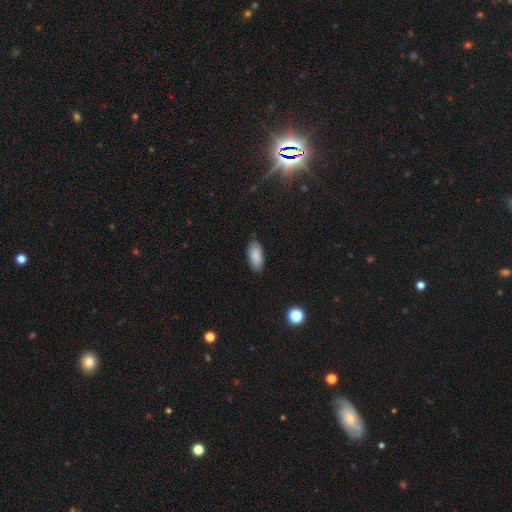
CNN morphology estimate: A smooth galaxy with no disk features (87%) that is in between round and cigar-shaped (89%).

Vote fractions:
- Smooth or featured? smooth: 87% / star or artifact: 7% / featured or disk: 6%
- How rounded? in between: 89% / cigar-shaped: 9% / round: 2%
- Merging? none: 85% / minor disturbance: 11% / major disturbance: 2% / merger: 1%